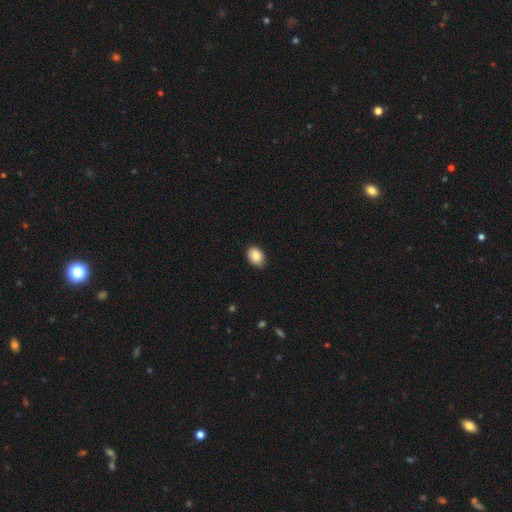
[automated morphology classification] Overall: smooth (87%). How rounded: in between (77%). Merging: none (84%).